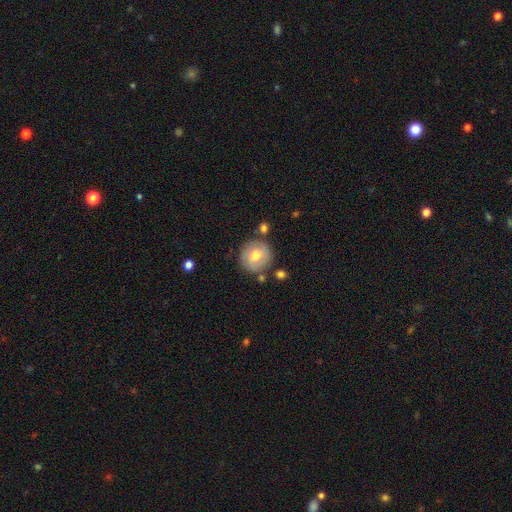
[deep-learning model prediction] Overall: smooth (58%; featured or disk 34%). How rounded: round (91%). Merging: none (76%).